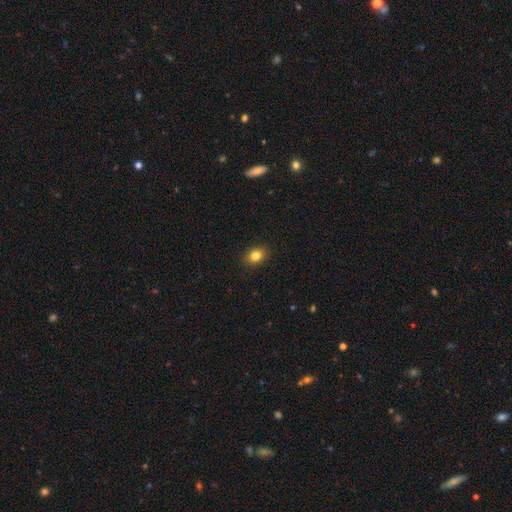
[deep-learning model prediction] Overall: smooth (82%). How rounded: in between (60%; round 39%). Merging: none (90%).